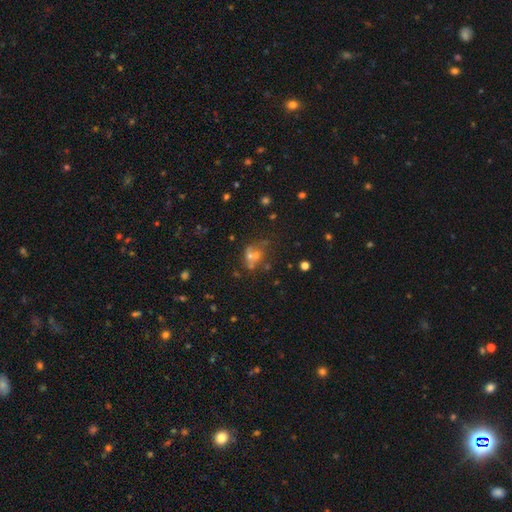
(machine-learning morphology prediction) Q: Smooth or featured?
A: smooth (42%); runner-up: star or artifact (32%)
Q: Merging?
A: none (40%); runner-up: merger (36%)